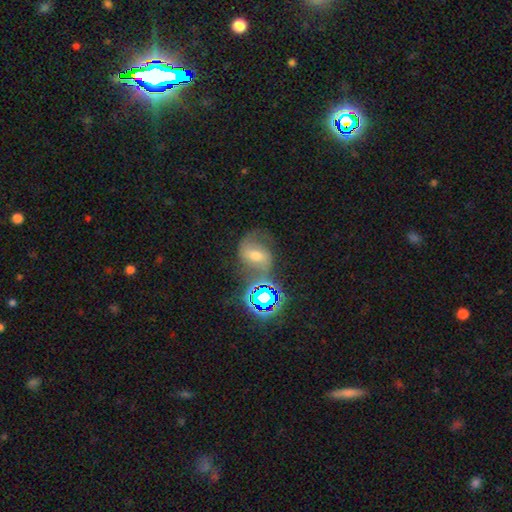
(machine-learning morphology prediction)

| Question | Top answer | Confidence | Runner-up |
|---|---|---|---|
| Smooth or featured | featured or disk | 60% | star or artifact (23%) |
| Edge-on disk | no | 96% | yes (4%) |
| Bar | weak | 40% | strong (38%) |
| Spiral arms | yes | 89% | no (11%) |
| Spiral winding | medium | 48% | loose (35%) |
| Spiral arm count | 2 | 86% | can't tell (6%) |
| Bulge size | moderate | 62% | small (25%) |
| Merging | none | 60% | minor disturbance (19%) |